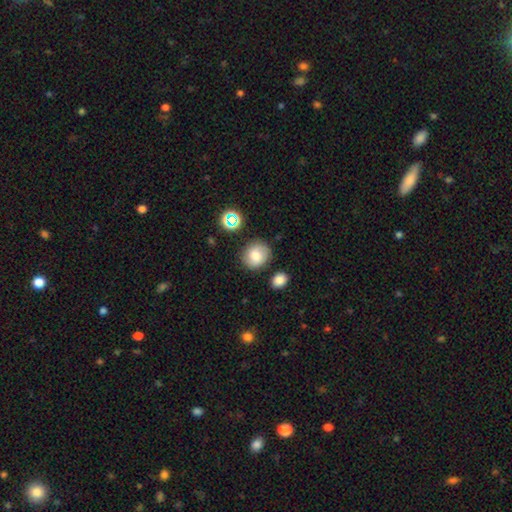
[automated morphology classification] Overall: smooth (75%). How rounded: round (76%). Merging: none (80%).